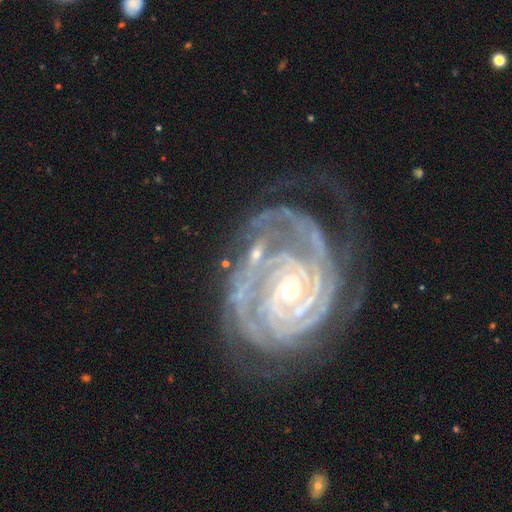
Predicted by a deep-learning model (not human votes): Overall: featured or disk (90%). Edge-on disk: no (97%). Bar: no (54%; weak 29%). Spiral arms: yes (98%). Spiral arm count: 2 (25%, tied with 3). Spiral winding: tight (79%). Bulge size: small (68%). Merging: none (62%).